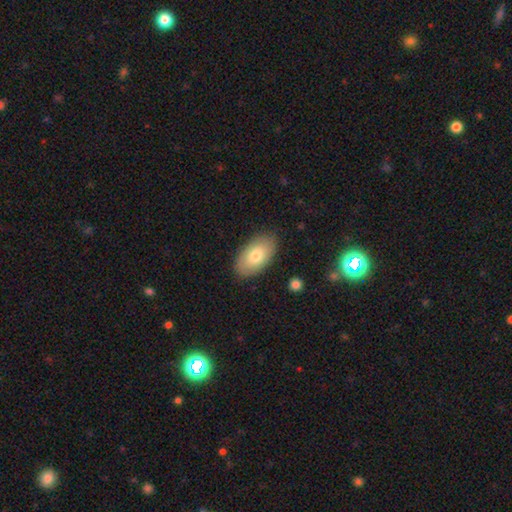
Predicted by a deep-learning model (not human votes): A smooth galaxy with no disk features (74%) that is in between round and cigar-shaped (94%). Merging: none (86%).